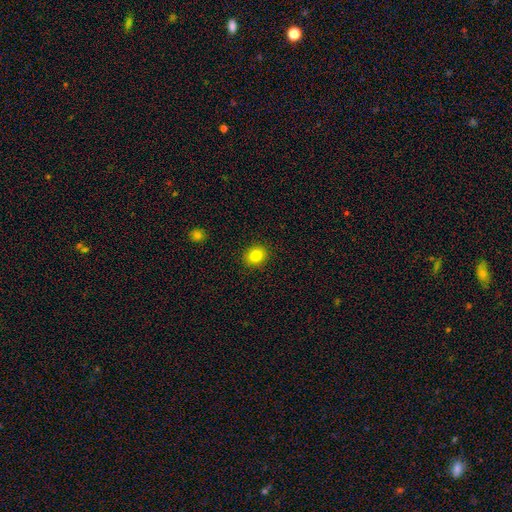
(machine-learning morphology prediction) Overall: smooth (83%). How rounded: round (62%; in between 37%). Merging: none (91%).